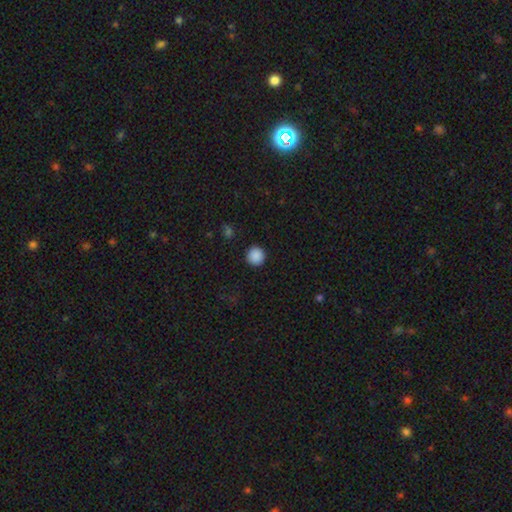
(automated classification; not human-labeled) smooth-or-featured: smooth: 89% | star or artifact: 9% | featured or disk: 2%
  how-rounded: round: 95% | in between: 4% | cigar-shaped: 1%
  merging: none: 93% | minor disturbance: 5% | major disturbance: 2% | merger: 1%